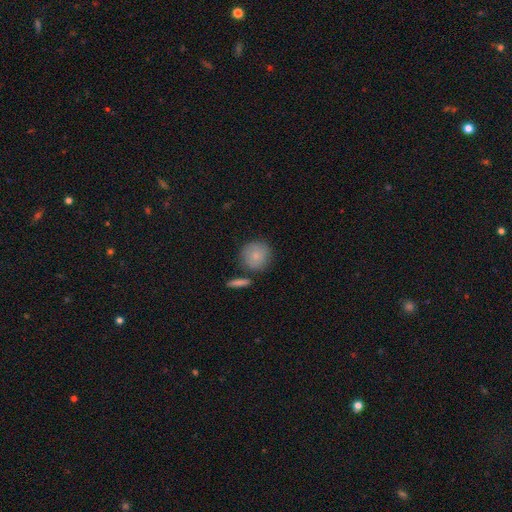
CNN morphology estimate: A smooth galaxy with no disk features (83%) that is round (91%).

Vote fractions:
- Smooth or featured? smooth: 83% / featured or disk: 10% / star or artifact: 7%
- How rounded? round: 91% / in between: 7% / cigar-shaped: 1%
- Merging? none: 75% / minor disturbance: 13% / merger: 9% / major disturbance: 3%